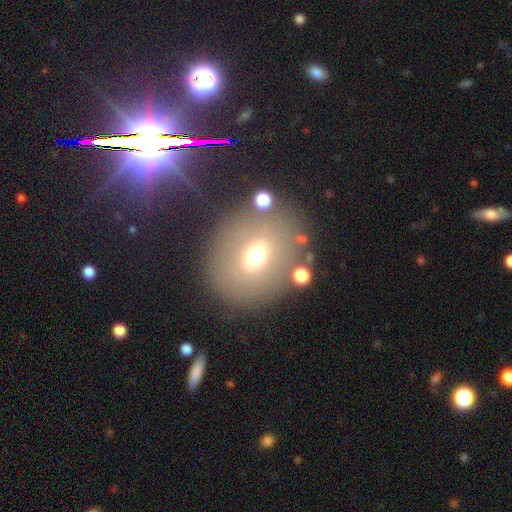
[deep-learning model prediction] Smooth or featured: smooth — 60% (featured or disk — 25%)
How rounded: round — 61% (in between — 37%)
Merging: none — 73% (minor disturbance — 12%)